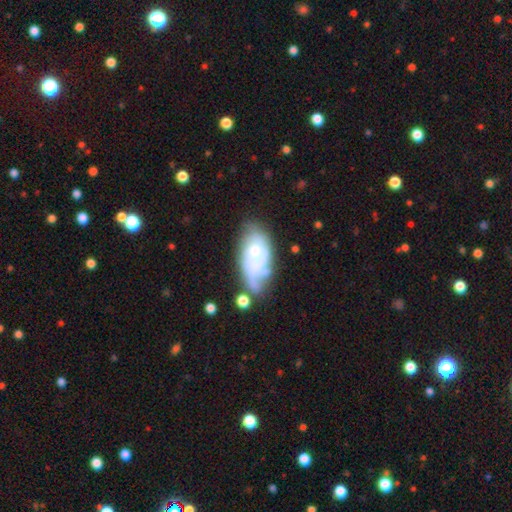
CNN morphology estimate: A featured or disk galaxy (59%) with no bar (78%), spiral arms (62%) and a moderate central bulge (47%).

Vote fractions:
- Smooth or featured? featured or disk: 59% / smooth: 34% / star or artifact: 8%
- Edge-on disk? no: 93% / yes: 7%
- Bar? no: 78% / weak: 19% / strong: 3%
- Spiral arms? yes: 62% / no: 38%
- Bulge size? moderate: 47% / small: 41% / none: 6% / large: 5% / dominant: 1%
- Merging? none: 36% / minor disturbance: 29% / major disturbance: 23% / merger: 13%